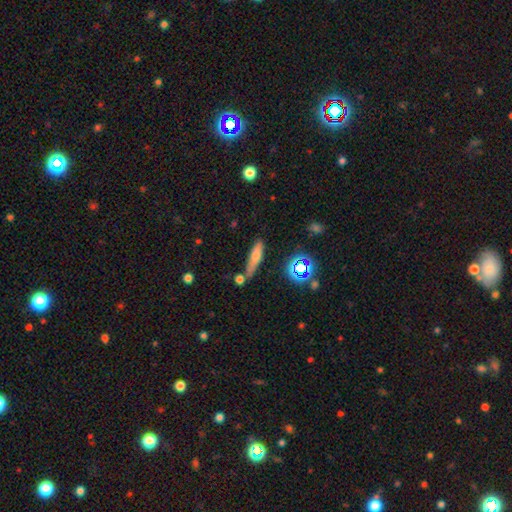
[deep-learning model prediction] Morphology: type=smooth (62%); roundness=cigar-shaped (71%); merging=none (61%).